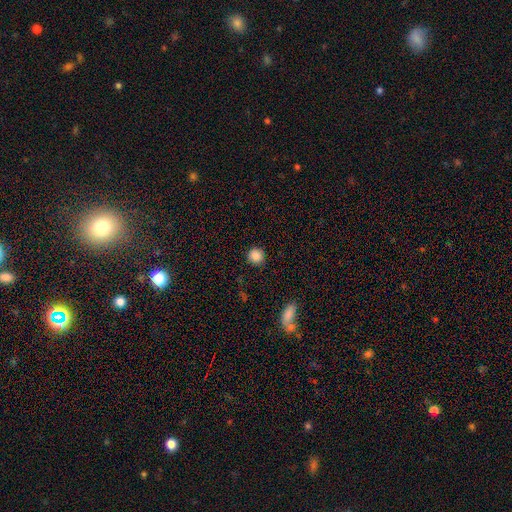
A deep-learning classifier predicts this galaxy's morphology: This is clearly a smooth galaxy (86%). How rounded: clearly round (91%). Merging: clearly none (90%).